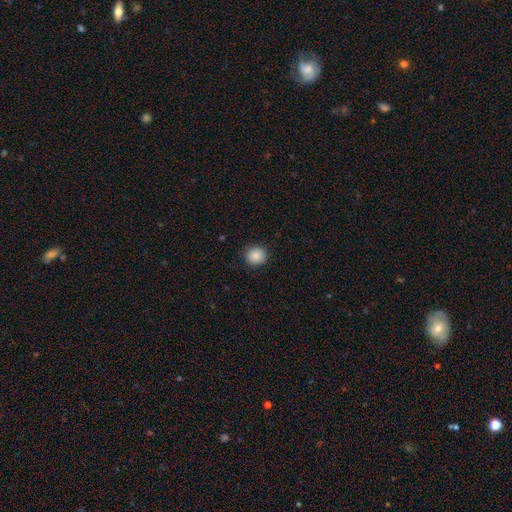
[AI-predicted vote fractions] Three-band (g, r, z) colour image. It shows a smooth galaxy with no disk features (88%) that is round (90%). Merging: none (91%).